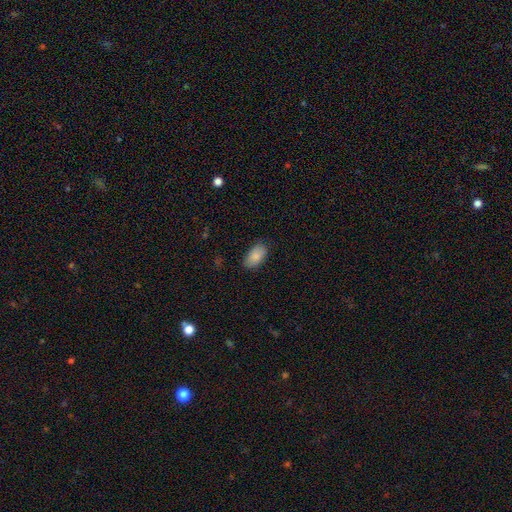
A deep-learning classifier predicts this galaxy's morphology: This appears to be a smooth galaxy with no disk features (87%) that is in between round and cigar-shaped (94%). Merging: none (84%).